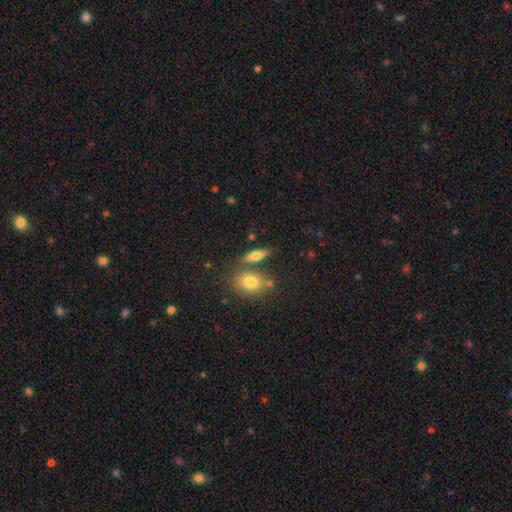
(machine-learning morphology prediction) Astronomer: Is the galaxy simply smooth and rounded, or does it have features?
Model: smooth — 72%.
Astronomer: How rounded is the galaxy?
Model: in between — 59% (runner-up: cigar-shaped, 35%).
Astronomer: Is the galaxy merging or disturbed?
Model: none — 68%.